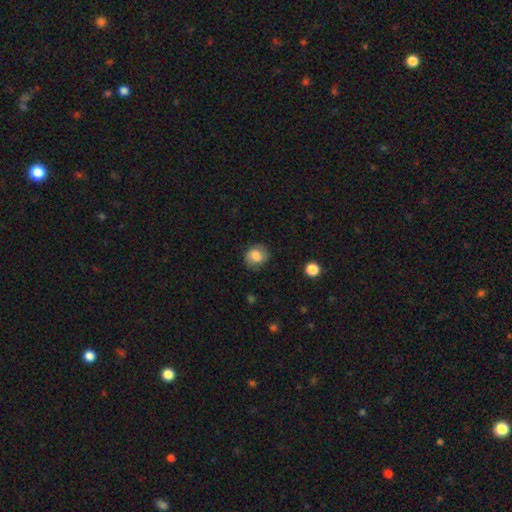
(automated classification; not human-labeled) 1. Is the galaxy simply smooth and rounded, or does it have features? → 74% smooth, 17% featured or disk, 9% star or artifact.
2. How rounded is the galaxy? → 67% round, 32% in between, 1% cigar-shaped.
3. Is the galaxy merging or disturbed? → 75% none, 18% minor disturbance, 5% major disturbance, 1% merger.